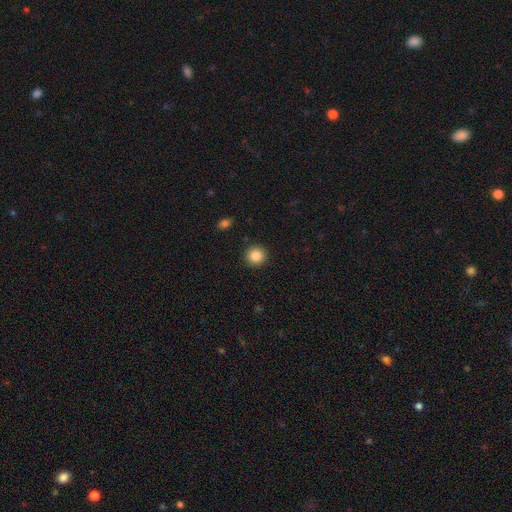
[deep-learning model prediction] Q: Smooth or featured?
A: smooth (85%); runner-up: star or artifact (10%)
Q: How rounded?
A: round (94%); runner-up: in between (5%)
Q: Merging?
A: none (92%); runner-up: minor disturbance (5%)